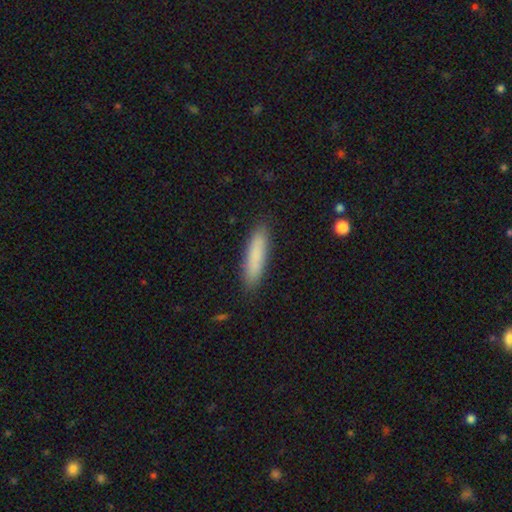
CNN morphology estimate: The model was most divided on "how rounded": cigar-shaped: 79%, in between: 19%, round: 1%. More confident: merging — none (88%); smooth or featured — smooth (84%).